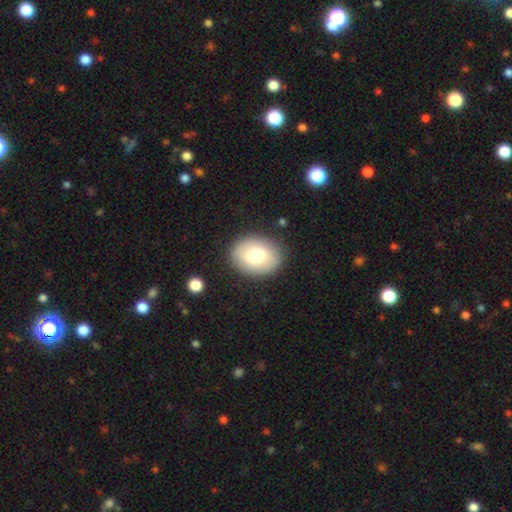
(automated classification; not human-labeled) This appears to be a smooth galaxy with no disk features (71%) that is in between round and cigar-shaped (61%). Merging: none (87%).